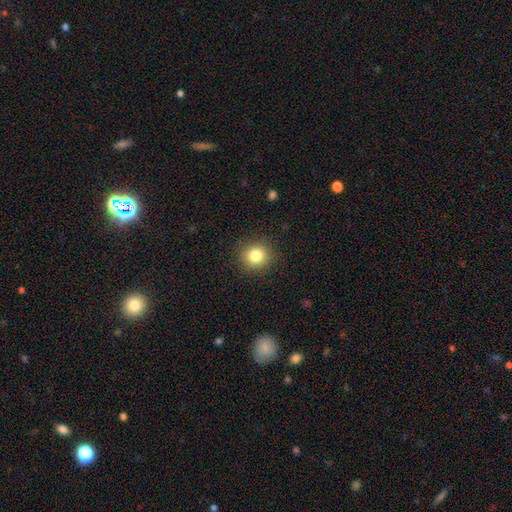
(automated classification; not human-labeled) A smooth galaxy with no disk features (82%) that is round (88%). Merging: none (90%).